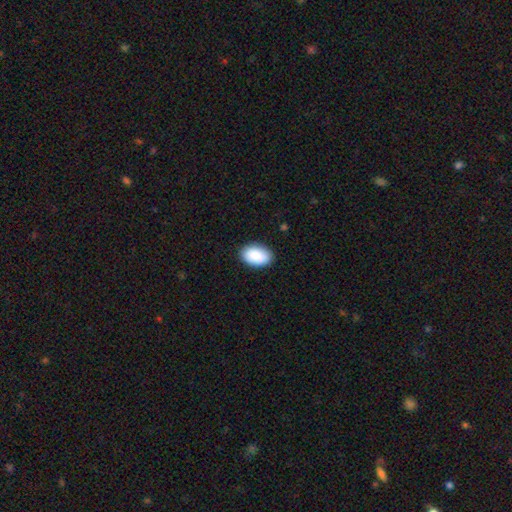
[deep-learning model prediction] This appears to be a smooth galaxy with no disk features (89%) that is in between round and cigar-shaped (92%). Merging: none (87%).